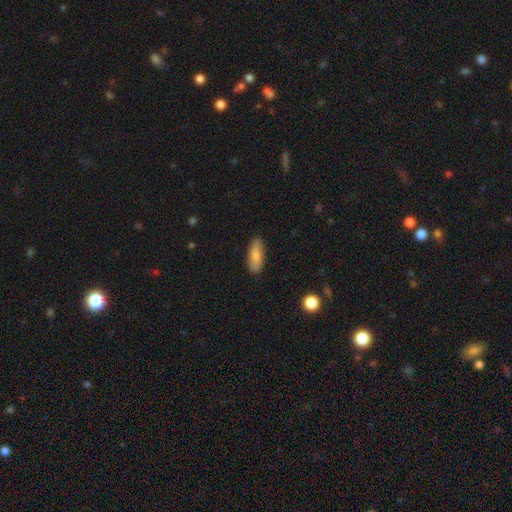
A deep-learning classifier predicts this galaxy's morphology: This is likely a smooth galaxy (79%). How rounded: likely in between (64%). Merging: clearly none (84%).